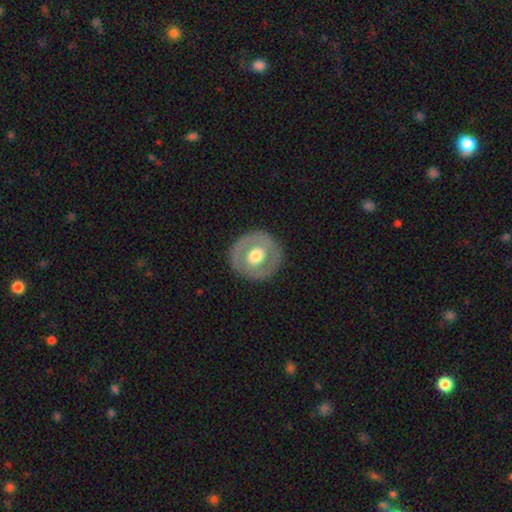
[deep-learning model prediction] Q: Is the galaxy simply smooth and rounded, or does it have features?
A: featured or disk — 48%.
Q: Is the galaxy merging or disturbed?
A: none — 85%.